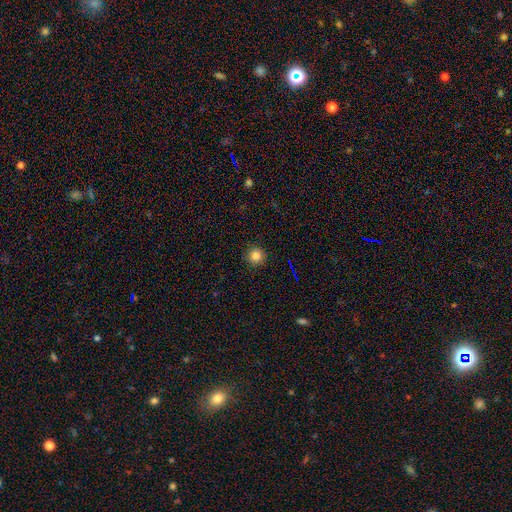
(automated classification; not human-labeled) This appears to be a smooth galaxy with no disk features (82%) that is round (96%). Merging: none (92%).